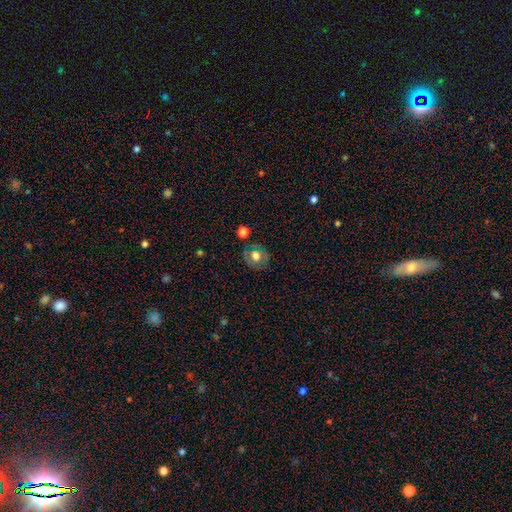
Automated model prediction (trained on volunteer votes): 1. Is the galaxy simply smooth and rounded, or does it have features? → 53% smooth, 38% featured or disk, 9% star or artifact.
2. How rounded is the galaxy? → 71% round, 28% in between, 1% cigar-shaped.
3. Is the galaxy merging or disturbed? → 76% none, 14% minor disturbance, 5% major disturbance, 4% merger.